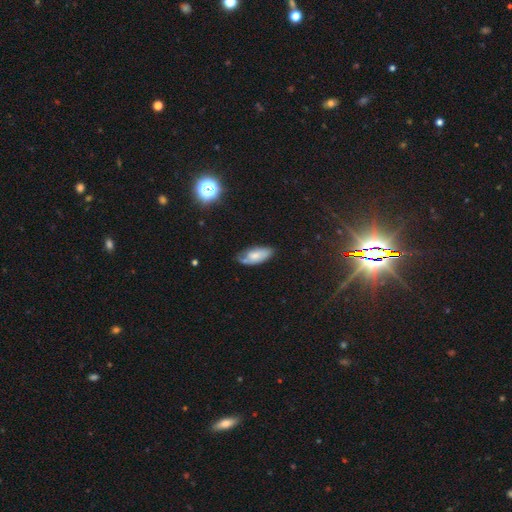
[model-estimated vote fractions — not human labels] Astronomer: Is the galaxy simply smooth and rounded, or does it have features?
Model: smooth — 62%.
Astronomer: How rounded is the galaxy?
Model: in between — 89%.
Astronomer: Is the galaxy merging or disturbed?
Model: none — 51% (runner-up: minor disturbance, 34%).